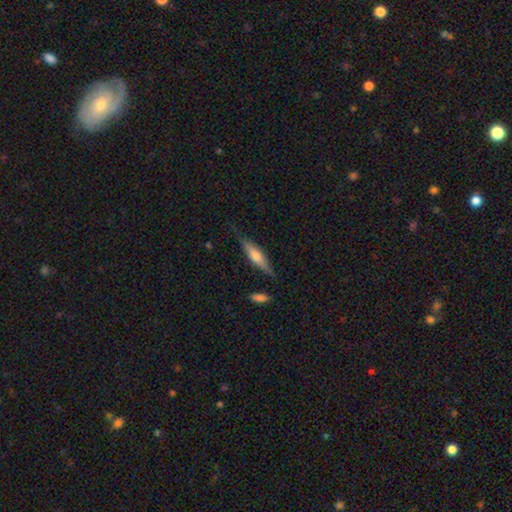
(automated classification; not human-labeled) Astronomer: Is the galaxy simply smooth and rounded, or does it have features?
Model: featured or disk — 48% (runner-up: smooth, 46%).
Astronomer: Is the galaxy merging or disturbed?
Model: none — 77%.